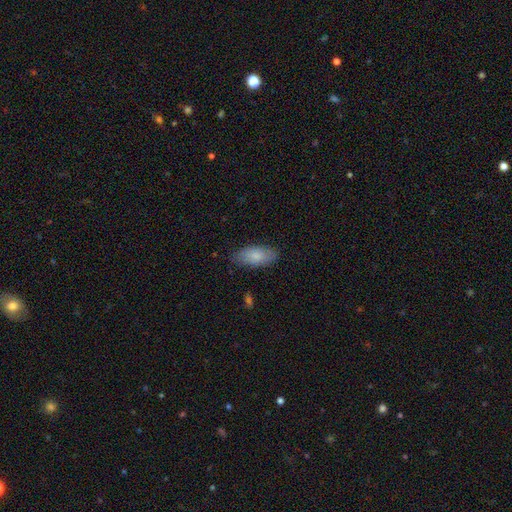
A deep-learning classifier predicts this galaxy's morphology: smooth_or_featured: smooth (p=0.81) [alt: featured or disk p=0.13]
how_rounded: in between (p=0.90) [alt: cigar-shaped p=0.08]
merging: none (p=0.80) [alt: minor disturbance p=0.16]